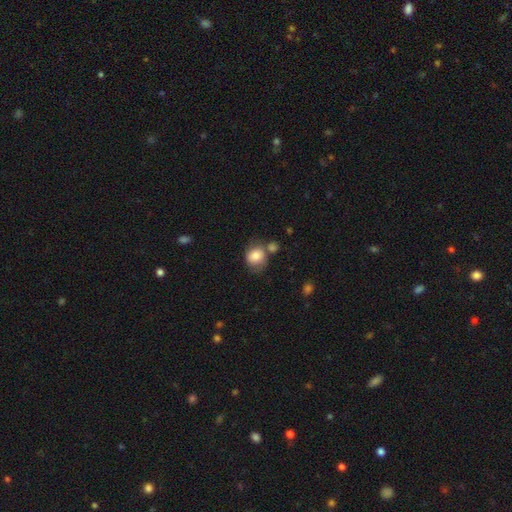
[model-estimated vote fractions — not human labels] Overall: smooth (79%). How rounded: round (67%; in between 32%). Merging: none (47%; minor disturbance 22%).